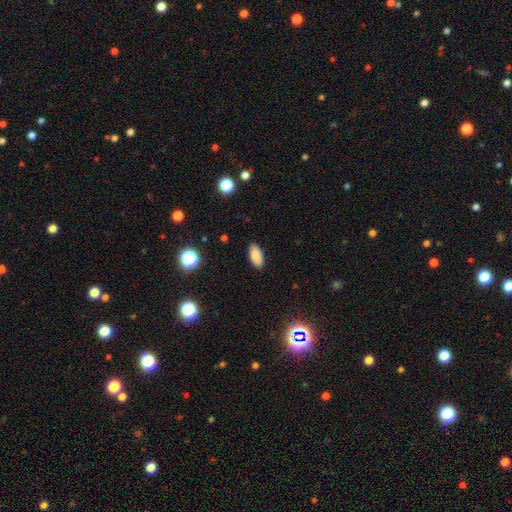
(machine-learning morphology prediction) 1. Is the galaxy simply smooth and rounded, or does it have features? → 86% smooth, 8% star or artifact, 6% featured or disk.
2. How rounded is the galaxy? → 89% in between, 8% cigar-shaped, 3% round.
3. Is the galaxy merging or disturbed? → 89% none, 8% minor disturbance, 2% major disturbance, 1% merger.